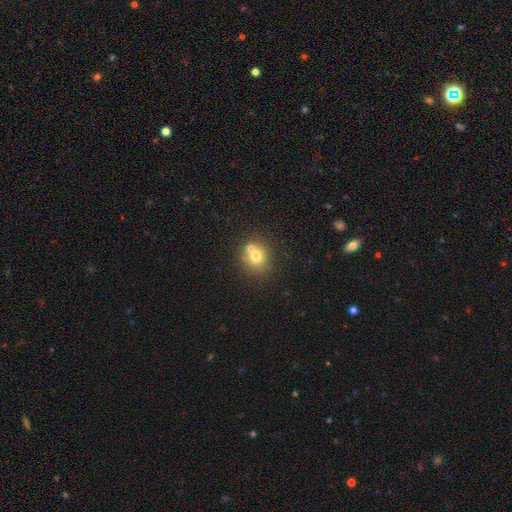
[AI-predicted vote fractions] Smooth or featured: smooth — 68% (featured or disk — 19%)
How rounded: round — 85% (in between — 14%)
Merging: none — 54% (merger — 34%)